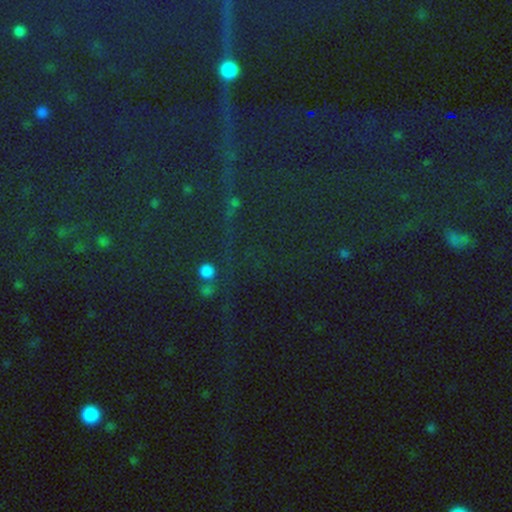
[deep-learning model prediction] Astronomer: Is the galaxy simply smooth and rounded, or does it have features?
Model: star or artifact — 81%.